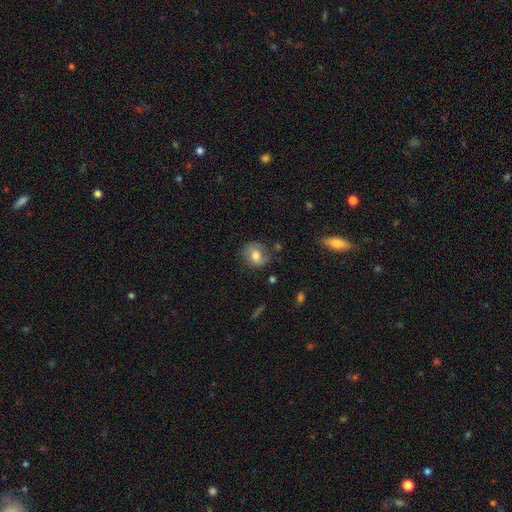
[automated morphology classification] Smooth or featured?
  - smooth: 65% *
  - featured or disk: 26%
  - star or artifact: 8%
How rounded?
  - round: 66% *
  - in between: 33%
  - cigar-shaped: 1%
Merging?
  - none: 62% *
  - minor disturbance: 26%
  - major disturbance: 9%
  - merger: 3%